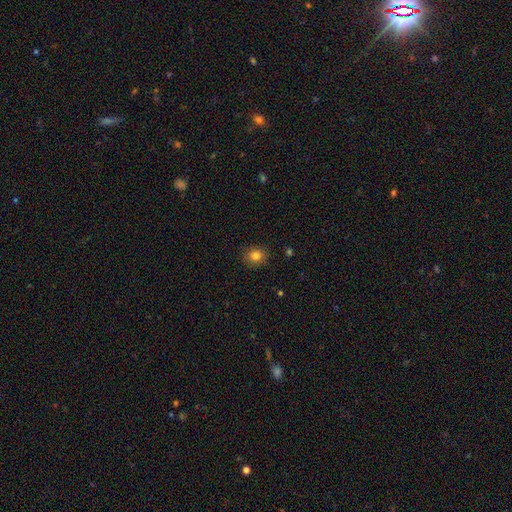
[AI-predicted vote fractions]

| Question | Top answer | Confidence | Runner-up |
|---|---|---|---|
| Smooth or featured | smooth | 82% | star or artifact (12%) |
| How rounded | round | 74% | in between (25%) |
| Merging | none | 89% | minor disturbance (8%) |